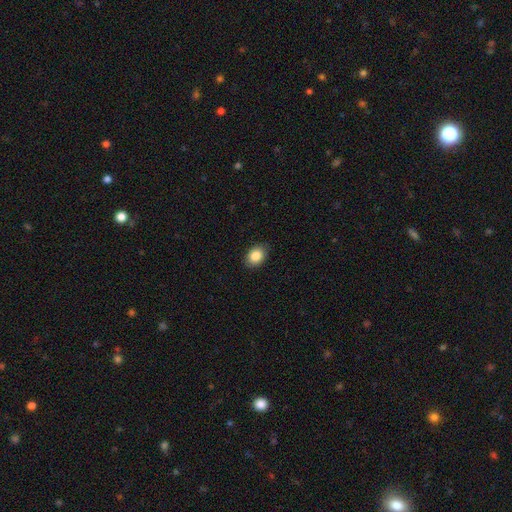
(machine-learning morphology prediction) smooth 86%, star or artifact 8%, featured or disk 6%. Down the decision tree: how rounded — in between (74%); merging — none (85%).